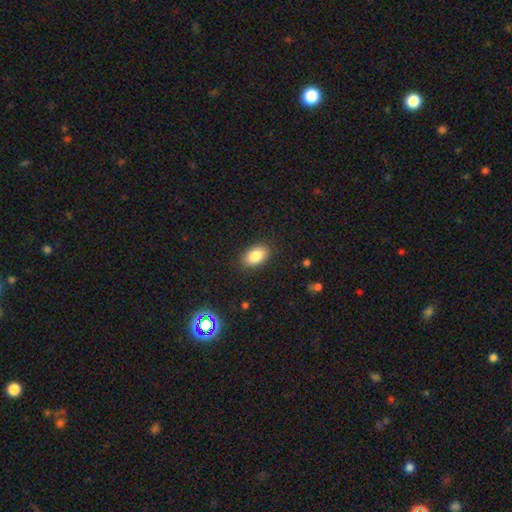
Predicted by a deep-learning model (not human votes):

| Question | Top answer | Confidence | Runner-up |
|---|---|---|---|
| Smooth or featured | smooth | 84% | star or artifact (9%) |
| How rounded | in between | 89% | round (10%) |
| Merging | none | 87% | minor disturbance (9%) |